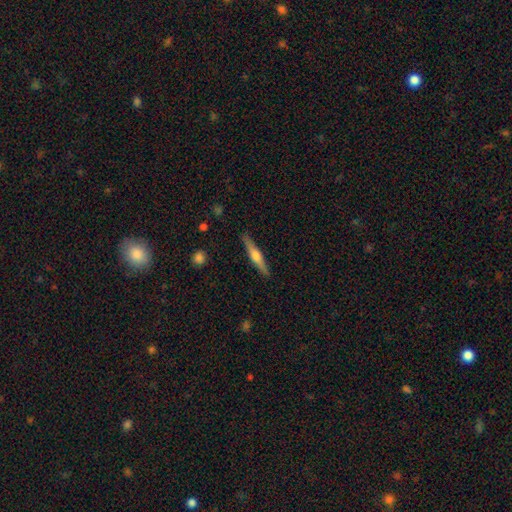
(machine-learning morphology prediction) This is likely a featured or disk galaxy (61%). It is clearly viewed edge-on (97%). Edge-on bulge: clearly rounded (90%). Merging: clearly none (90%).